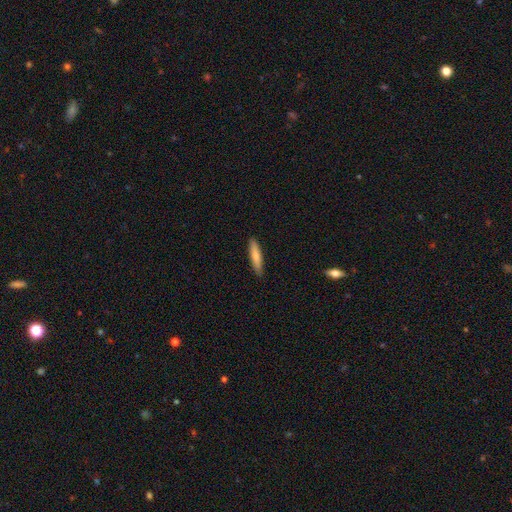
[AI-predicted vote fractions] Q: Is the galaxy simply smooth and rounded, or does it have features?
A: smooth — 73%.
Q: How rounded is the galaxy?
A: cigar-shaped — 84%.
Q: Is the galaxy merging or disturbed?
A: none — 90%.